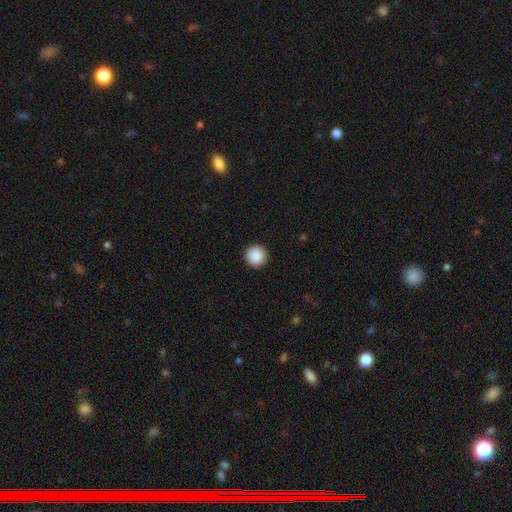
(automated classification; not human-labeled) smooth-or-featured: smooth: 89% | star or artifact: 8% | featured or disk: 3%
  how-rounded: round: 95% | in between: 4% | cigar-shaped: 1%
  merging: none: 93% | minor disturbance: 5% | major disturbance: 2% | merger: 1%